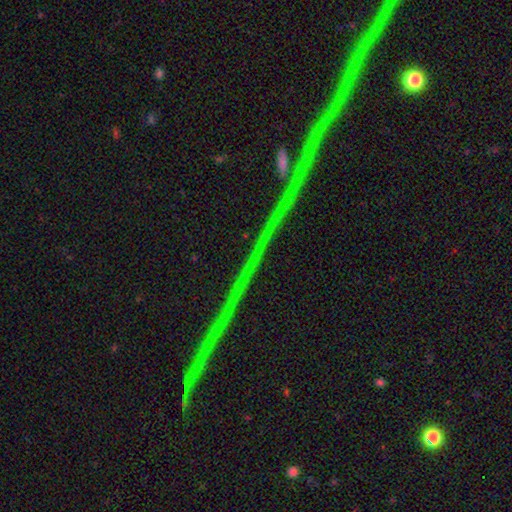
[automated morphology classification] Smooth or featured: star or artifact — 84% (featured or disk — 11%)